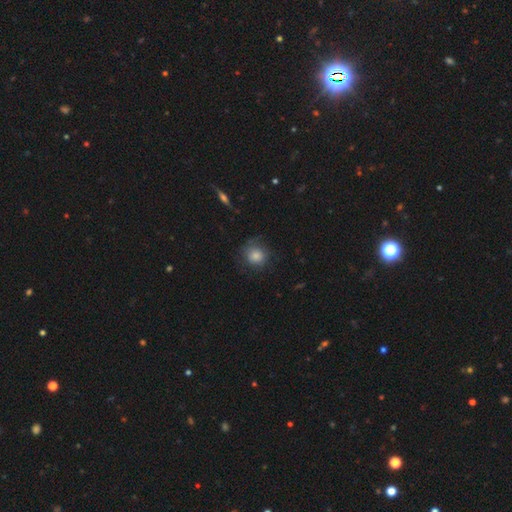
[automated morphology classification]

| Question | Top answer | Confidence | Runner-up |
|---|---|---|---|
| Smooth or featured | smooth | 78% | featured or disk (13%) |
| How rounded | round | 86% | in between (13%) |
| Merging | none | 67% | minor disturbance (21%) |